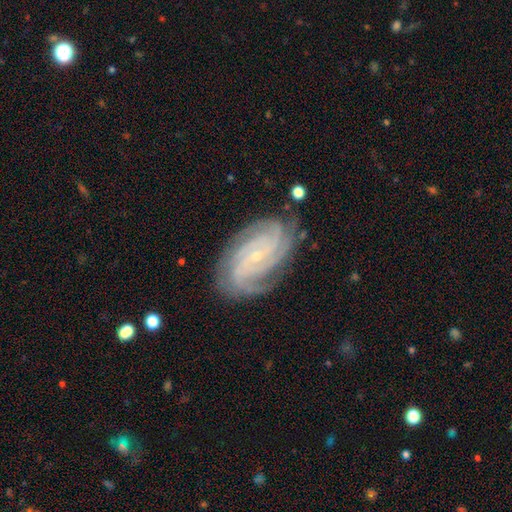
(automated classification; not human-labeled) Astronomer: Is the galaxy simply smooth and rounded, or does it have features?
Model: featured or disk — 91%.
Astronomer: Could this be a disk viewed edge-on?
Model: no — 97%.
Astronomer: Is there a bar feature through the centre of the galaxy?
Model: no — 61%.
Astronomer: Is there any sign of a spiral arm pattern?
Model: yes — 99%.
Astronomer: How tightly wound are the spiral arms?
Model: tight — 77%.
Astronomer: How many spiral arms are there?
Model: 4 — 39% (runner-up: 3, 24%).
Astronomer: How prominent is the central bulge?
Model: small — 85%.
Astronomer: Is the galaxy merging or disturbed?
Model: none — 81%.